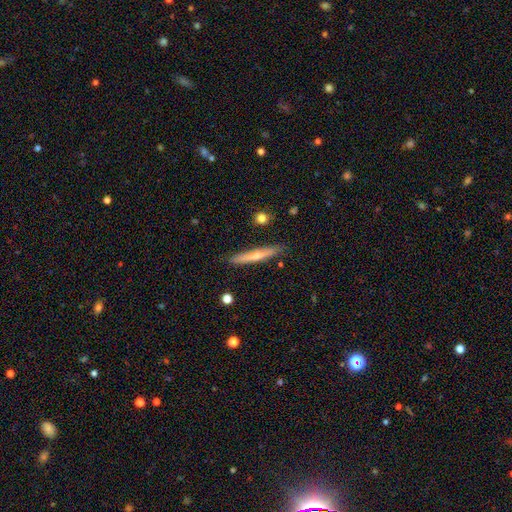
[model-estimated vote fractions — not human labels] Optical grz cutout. It shows a smooth galaxy with no disk features (51%) that is cigar-shaped (94%). Merging: none (87%).